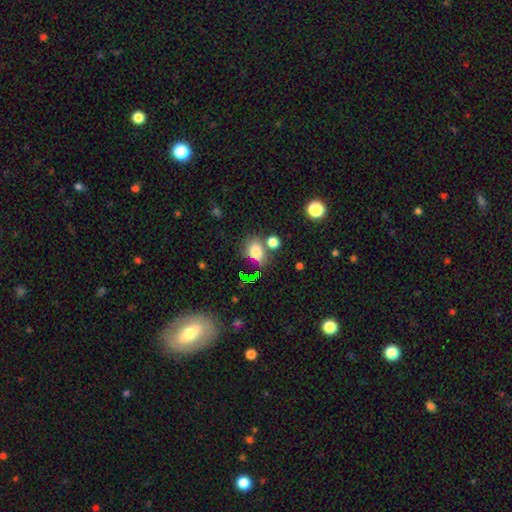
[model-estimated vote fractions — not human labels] A smooth galaxy with no disk features (73%) that is in between round and cigar-shaped (69%).

Vote fractions:
- Smooth or featured? smooth: 73% / star or artifact: 18% / featured or disk: 9%
- How rounded? in between: 69% / round: 28% / cigar-shaped: 3%
- Merging? none: 63% / minor disturbance: 16% / merger: 15% / major disturbance: 6%